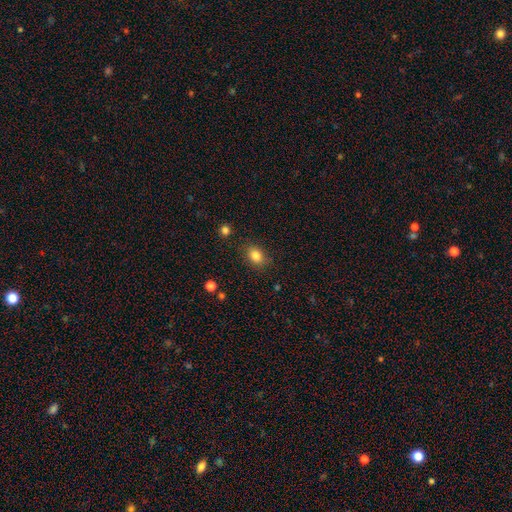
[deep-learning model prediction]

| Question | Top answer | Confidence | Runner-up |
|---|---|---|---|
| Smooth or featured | smooth | 83% | star or artifact (10%) |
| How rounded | in between | 61% | round (38%) |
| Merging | none | 83% | minor disturbance (12%) |